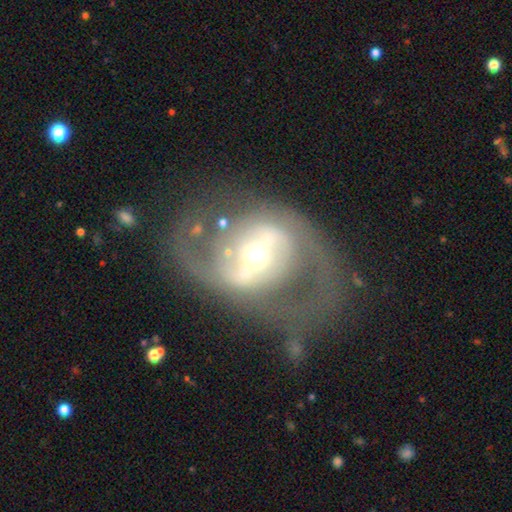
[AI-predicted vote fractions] A featured or disk galaxy (81%) with a strong bar (49%), 2 (81%) medium (47%) spiral arms (66%) and a moderate central bulge (47%).

Vote fractions:
- Smooth or featured? featured or disk: 81% / smooth: 13% / star or artifact: 6%
- Edge-on disk? no: 95% / yes: 5%
- Bar? strong: 49% / weak: 30% / no: 22%
- Spiral arms? yes: 66% / no: 34%
- Spiral winding? medium: 47% / loose: 29% / tight: 24%
- Spiral arm count? 2: 81% / can't tell: 11% / 1: 4% / 3: 2% / 4: 1% / more than 4: 1%
- Bulge size? moderate: 47% / small: 42% / large: 8% / dominant: 2% / none: 1%
- Merging? none: 63% / major disturbance: 18% / minor disturbance: 15% / merger: 4%